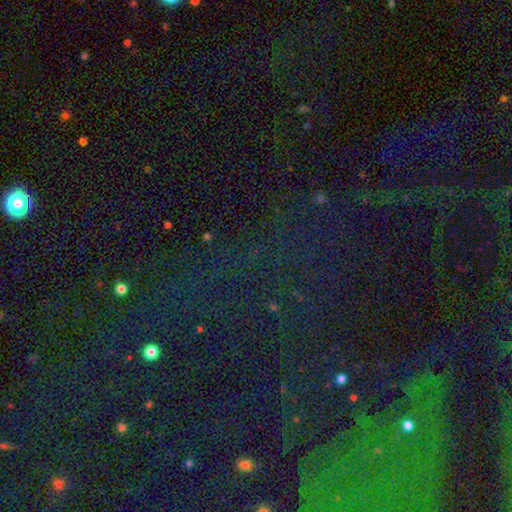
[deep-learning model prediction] smooth_or_featured: star or artifact (p=0.80) [alt: smooth p=0.11]